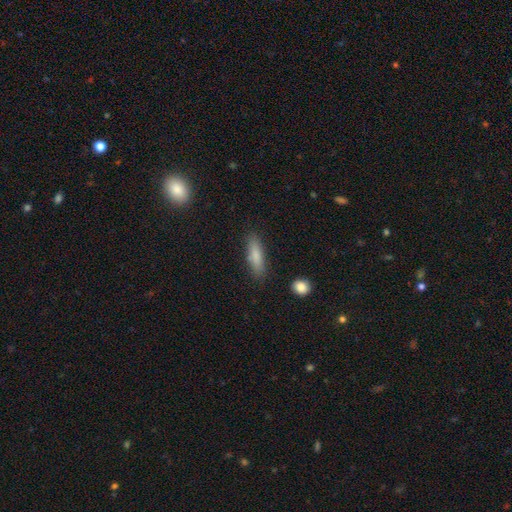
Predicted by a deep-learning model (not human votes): Smooth or featured?
  - smooth: 82% *
  - featured or disk: 11%
  - star or artifact: 7%
How rounded?
  - cigar-shaped: 55% *
  - in between: 43%
  - round: 2%
Merging?
  - none: 84% *
  - minor disturbance: 11%
  - major disturbance: 3%
  - merger: 2%